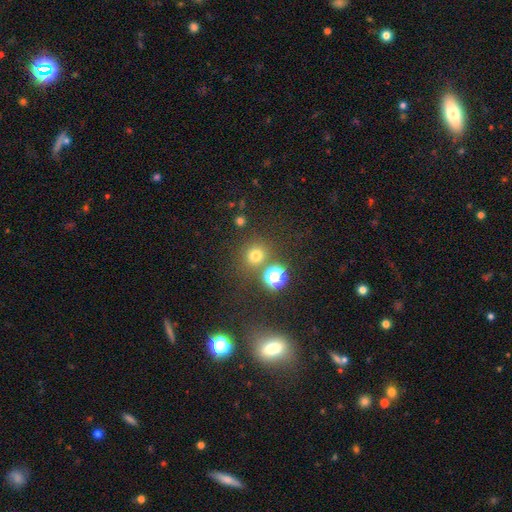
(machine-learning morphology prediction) Q: Smooth or featured?
A: smooth (69%); runner-up: star or artifact (24%)
Q: How rounded?
A: round (89%); runner-up: in between (10%)
Q: Merging?
A: none (77%); runner-up: merger (12%)